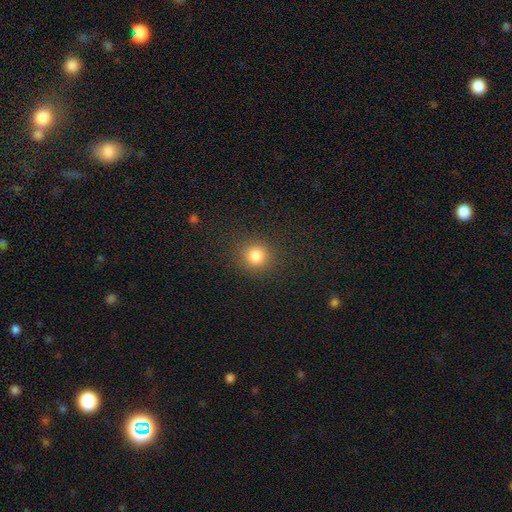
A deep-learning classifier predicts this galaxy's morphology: A smooth galaxy with no disk features (82%) that is round (91%). Merging: none (89%).